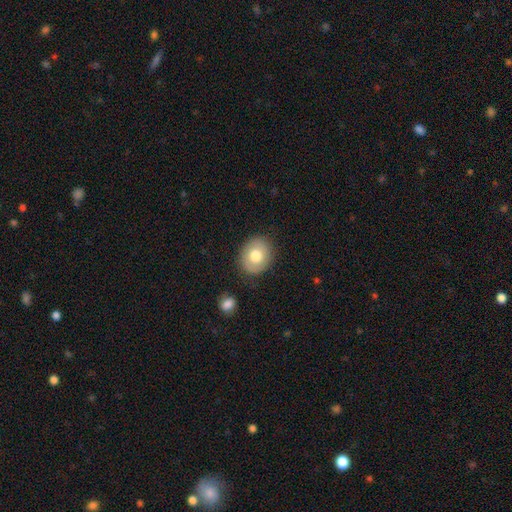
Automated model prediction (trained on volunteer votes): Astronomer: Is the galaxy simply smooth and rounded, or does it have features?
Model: smooth — 72%.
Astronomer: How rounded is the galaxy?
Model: round — 64%.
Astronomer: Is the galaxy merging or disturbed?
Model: none — 84%.